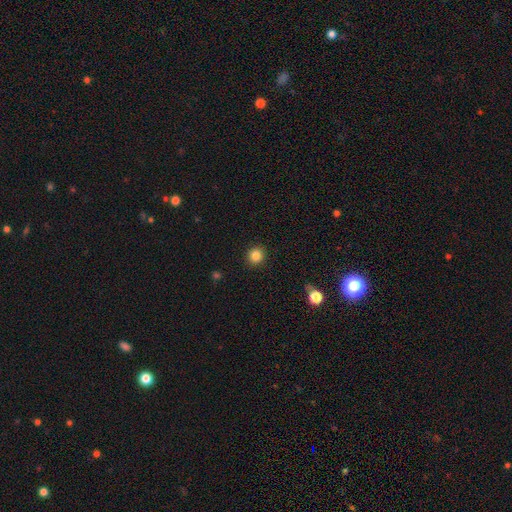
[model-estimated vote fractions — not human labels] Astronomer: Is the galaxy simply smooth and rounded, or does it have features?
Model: smooth — 84%.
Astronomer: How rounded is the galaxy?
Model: round — 91%.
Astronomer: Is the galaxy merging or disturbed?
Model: none — 92%.